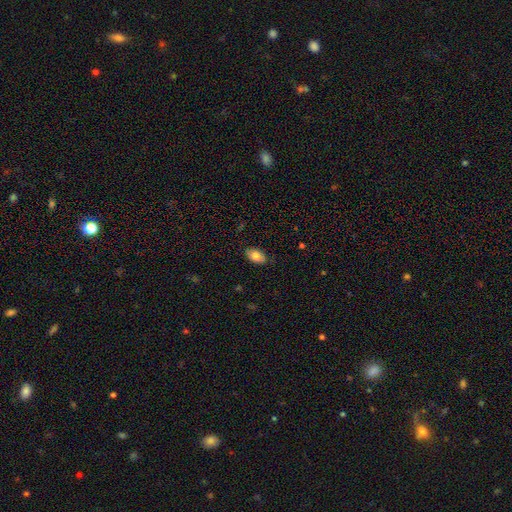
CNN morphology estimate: Q: Smooth or featured?
A: smooth (79%); runner-up: featured or disk (14%)
Q: How rounded?
A: in between (92%); runner-up: round (7%)
Q: Merging?
A: none (81%); runner-up: minor disturbance (15%)